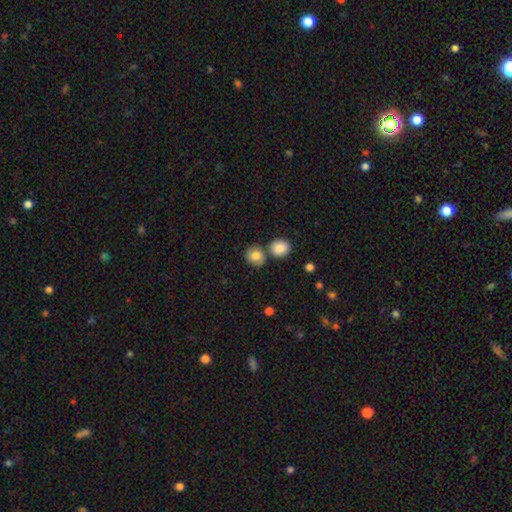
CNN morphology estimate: type=smooth (83%); roundness=round (75%); merging=none (61%).